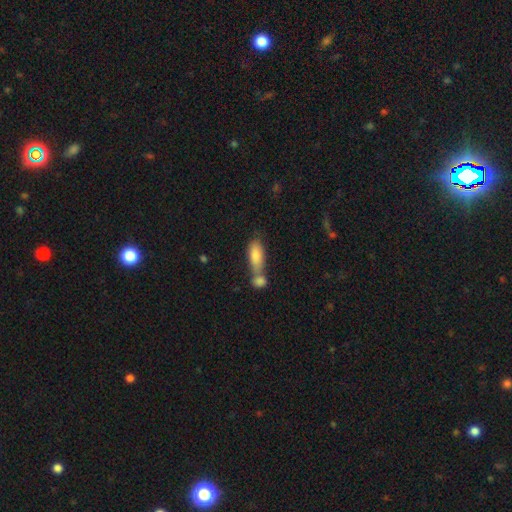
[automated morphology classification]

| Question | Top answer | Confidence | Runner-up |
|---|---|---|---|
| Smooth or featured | smooth | 80% | featured or disk (13%) |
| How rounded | in between | 75% | cigar-shaped (22%) |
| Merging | merger | 55% | none (31%) |